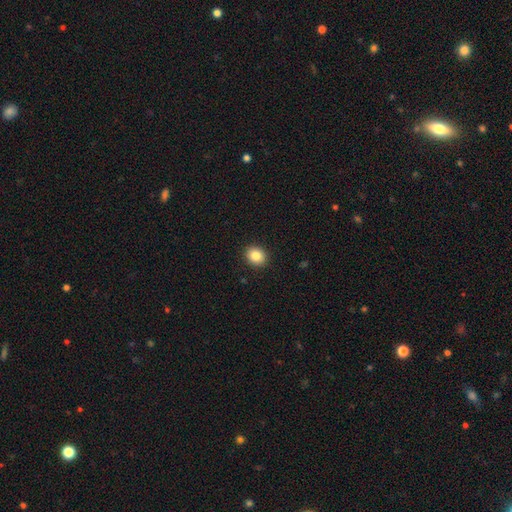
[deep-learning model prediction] A smooth galaxy with no disk features (84%) that is round (66%).

Vote fractions:
- Smooth or featured? smooth: 84% / star or artifact: 10% / featured or disk: 6%
- How rounded? round: 66% / in between: 33% / cigar-shaped: 1%
- Merging? none: 91% / minor disturbance: 6% / major disturbance: 2% / merger: 1%